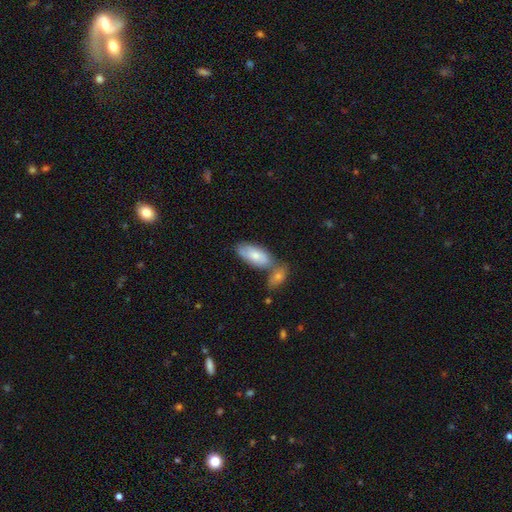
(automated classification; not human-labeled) Smooth or featured? smooth (74%)
How rounded? in between (89%)
Merging? merger (41%, tied with none)